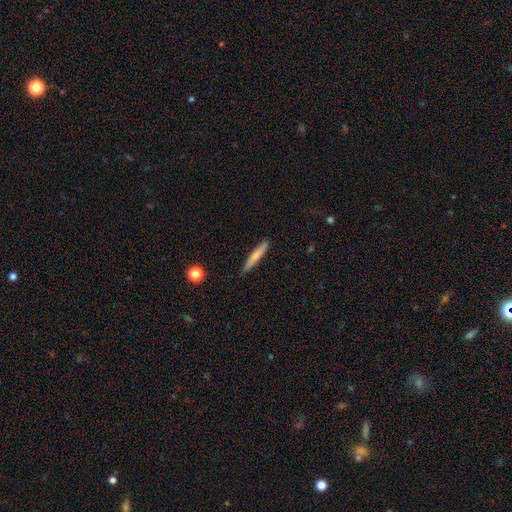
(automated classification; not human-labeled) smooth_or_featured: smooth (p=0.72) [alt: featured or disk p=0.22]
how_rounded: cigar-shaped (p=0.94) [alt: in between p=0.05]
merging: none (p=0.86) [alt: minor disturbance p=0.11]